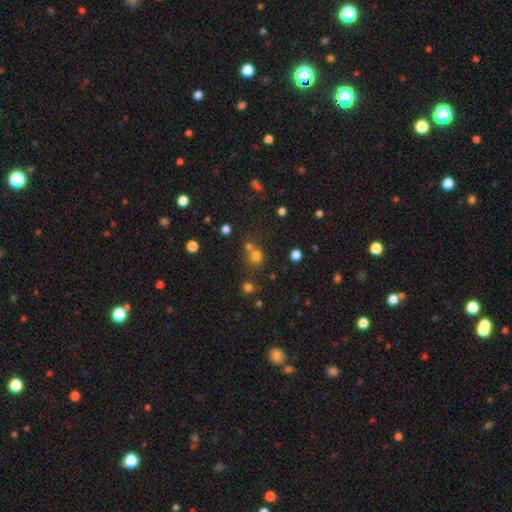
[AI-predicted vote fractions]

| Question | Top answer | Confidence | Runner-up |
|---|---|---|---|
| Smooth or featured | smooth | 71% | star or artifact (21%) |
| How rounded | round | 86% | in between (13%) |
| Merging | none | 55% | merger (32%) |